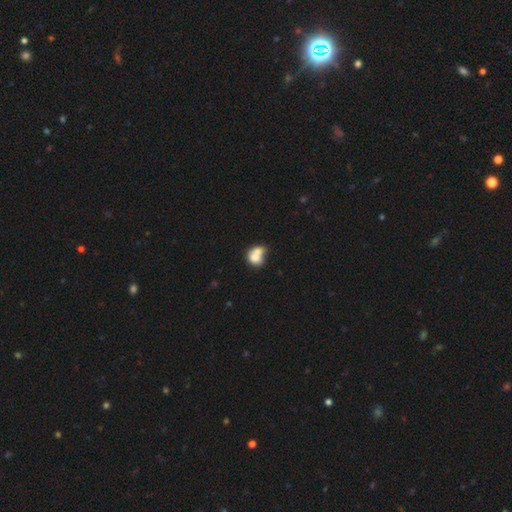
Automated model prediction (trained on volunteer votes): Smooth or featured? smooth (71%)
How rounded? round (51%)
Merging? merger (68%)